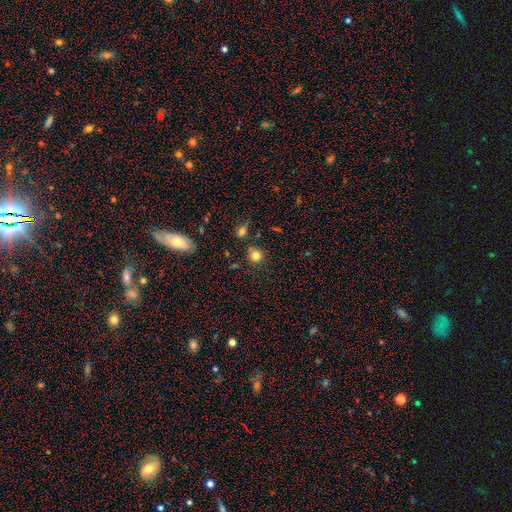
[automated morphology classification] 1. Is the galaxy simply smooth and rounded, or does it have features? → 80% smooth, 14% star or artifact, 7% featured or disk.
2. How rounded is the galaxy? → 84% round, 15% in between, 1% cigar-shaped.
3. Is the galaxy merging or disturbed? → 76% none, 12% minor disturbance, 8% merger, 4% major disturbance.